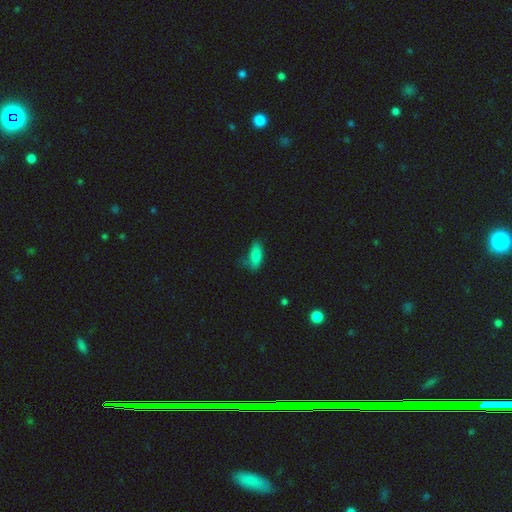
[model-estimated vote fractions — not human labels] The model was most divided on "merging": none: 53%, minor disturbance: 32%, major disturbance: 11%, merger: 3%. More confident: smooth or featured — smooth (83%); how rounded — in between (79%).